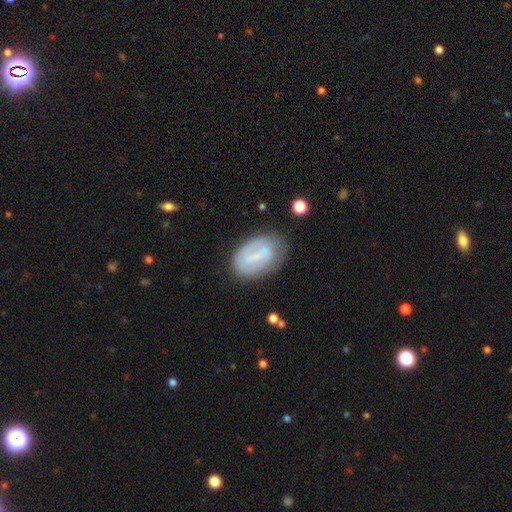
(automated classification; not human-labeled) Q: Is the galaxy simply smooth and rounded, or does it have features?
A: featured or disk — 54%.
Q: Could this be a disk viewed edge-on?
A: no — 95%.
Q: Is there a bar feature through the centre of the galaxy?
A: strong — 40%, tied with weak.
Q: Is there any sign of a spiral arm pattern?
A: yes — 56%.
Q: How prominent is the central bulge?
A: none — 42%.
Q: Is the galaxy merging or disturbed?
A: none — 65%.